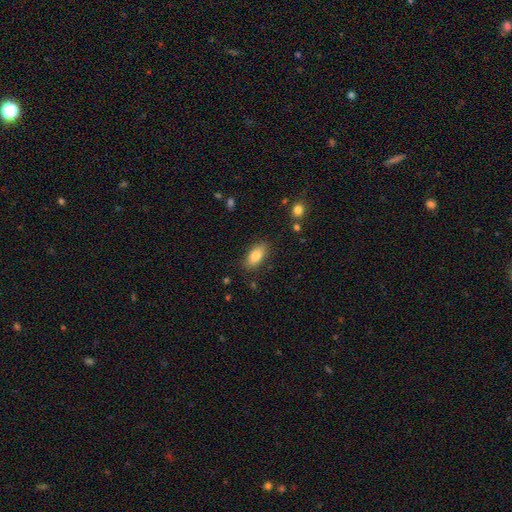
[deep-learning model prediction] Q: Smooth or featured?
A: smooth (84%); runner-up: featured or disk (9%)
Q: How rounded?
A: in between (91%); runner-up: cigar-shaped (6%)
Q: Merging?
A: none (85%); runner-up: minor disturbance (11%)